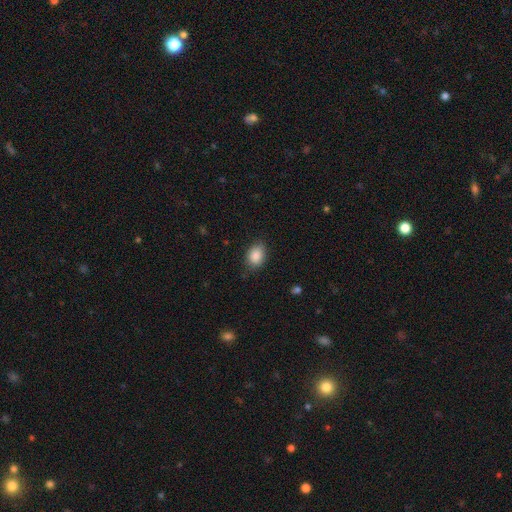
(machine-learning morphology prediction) A smooth galaxy with no disk features (88%) that is in between round and cigar-shaped (75%).

Vote fractions:
- Smooth or featured? smooth: 88% / star or artifact: 7% / featured or disk: 5%
- How rounded? in between: 75% / round: 23% / cigar-shaped: 1%
- Merging? none: 78% / minor disturbance: 17% / major disturbance: 3% / merger: 1%